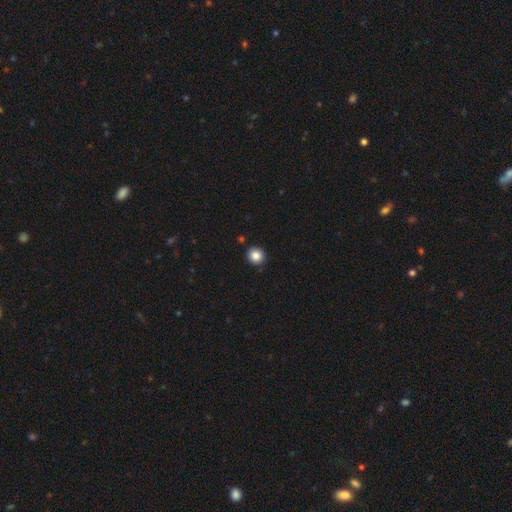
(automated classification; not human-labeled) Q: Smooth or featured?
A: smooth (85%); runner-up: star or artifact (10%)
Q: How rounded?
A: round (91%); runner-up: in between (8%)
Q: Merging?
A: none (90%); runner-up: minor disturbance (7%)